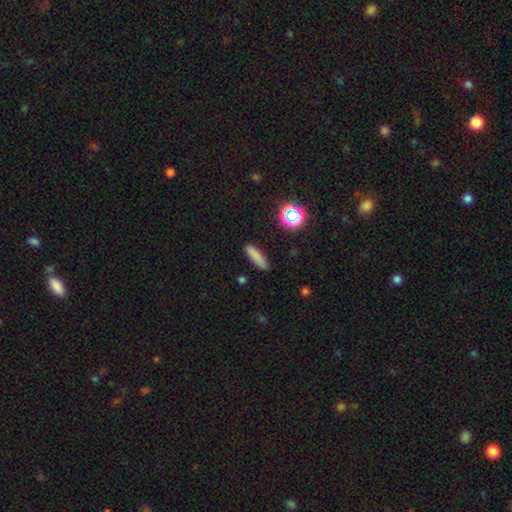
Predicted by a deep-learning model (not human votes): The model was most divided on "how rounded": cigar-shaped: 66%, in between: 31%, round: 2%. More confident: merging — none (87%); smooth or featured — smooth (81%).